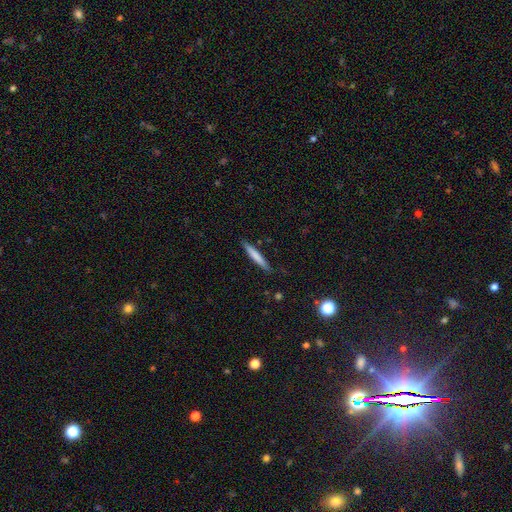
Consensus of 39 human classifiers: smooth 69%, featured or disk 26%, star or artifact 5%. Down the decision tree: how rounded — cigar-shaped (100%); merging — none (92%).